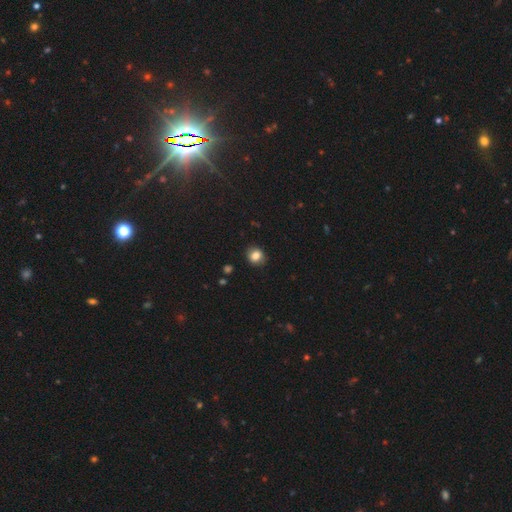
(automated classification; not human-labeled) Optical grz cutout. It shows a smooth galaxy with no disk features (82%) that is round (79%). Merging: none (88%).